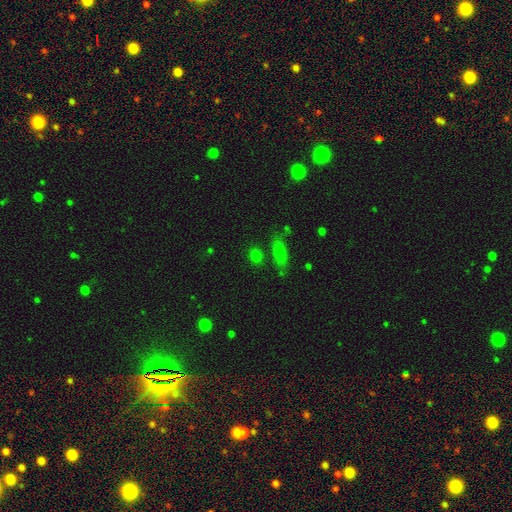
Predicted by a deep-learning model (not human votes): Q: Smooth or featured?
A: smooth (72%); runner-up: star or artifact (19%)
Q: How rounded?
A: in between (47%); runner-up: round (39%)
Q: Merging?
A: none (76%); runner-up: minor disturbance (11%)